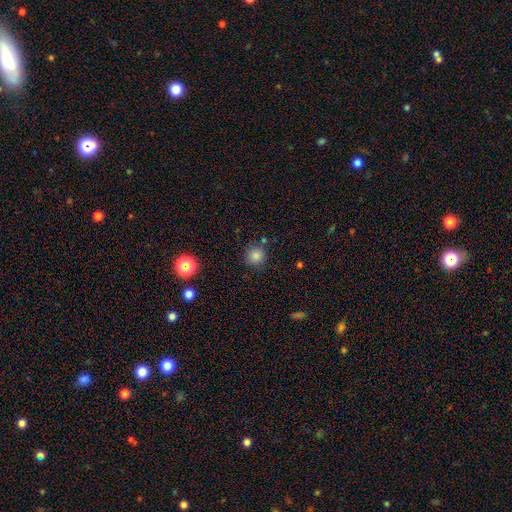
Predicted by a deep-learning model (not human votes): This appears to be a smooth galaxy with no disk features (83%) that is round (93%). Merging: none (83%).